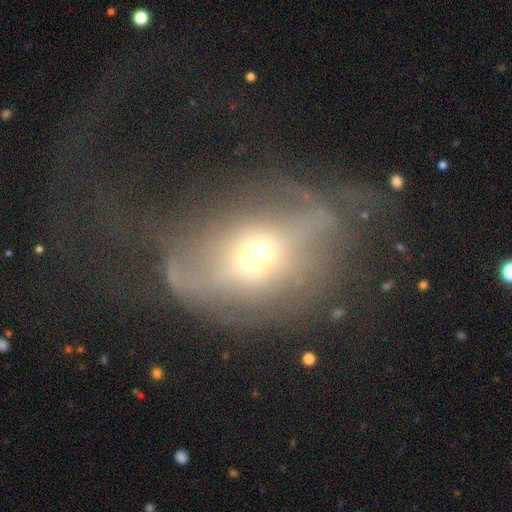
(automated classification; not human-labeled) Overall: featured or disk (54%; smooth 32%). Edge-on disk: no (82%). Merging: major disturbance (45%; none 31%).